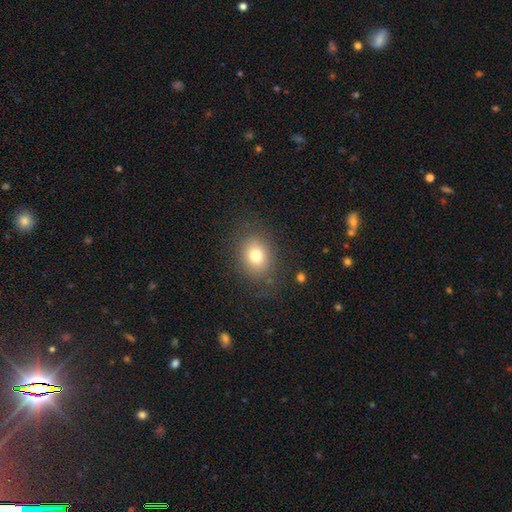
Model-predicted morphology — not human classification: smooth_or_featured: smooth (p=0.76) [alt: star or artifact p=0.12]
how_rounded: round (p=0.51) [alt: in between p=0.48]
merging: none (p=0.80) [alt: minor disturbance p=0.12]